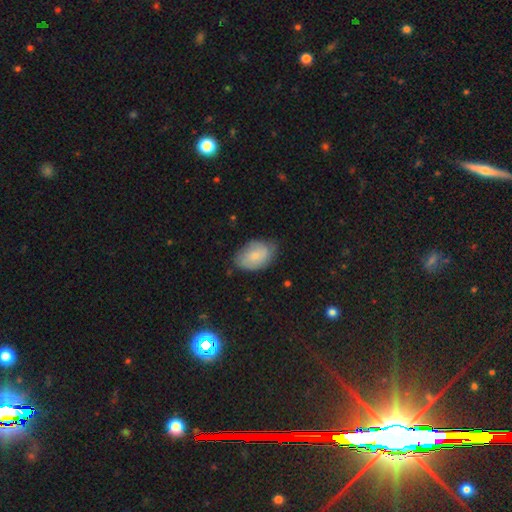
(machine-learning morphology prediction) A smooth galaxy with no disk features (63%) that is in between round and cigar-shaped (88%). Merging: none (65%).